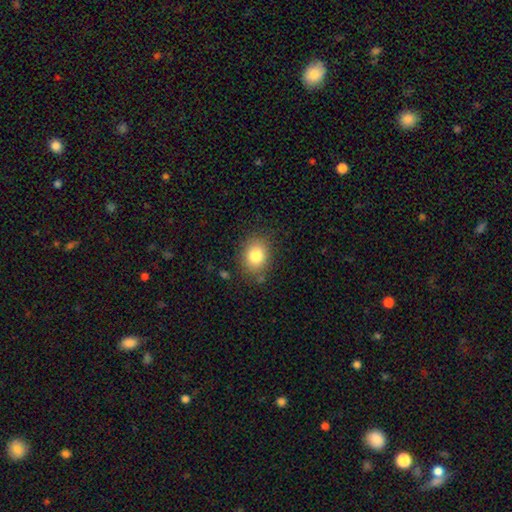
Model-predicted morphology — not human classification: The model was most divided on "how rounded": round: 57%, in between: 42%, cigar-shaped: 1%. More confident: smooth or featured — smooth (82%); merging — none (81%).